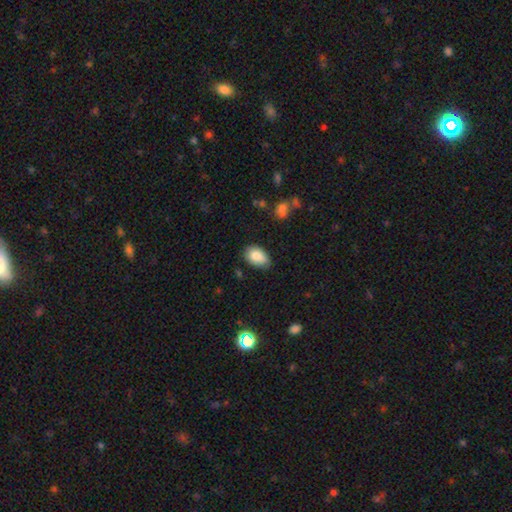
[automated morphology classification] smooth_or_featured: smooth (p=0.85) [alt: featured or disk p=0.08]
how_rounded: in between (p=0.88) [alt: round p=0.11]
merging: none (p=0.67) [alt: minor disturbance p=0.27]